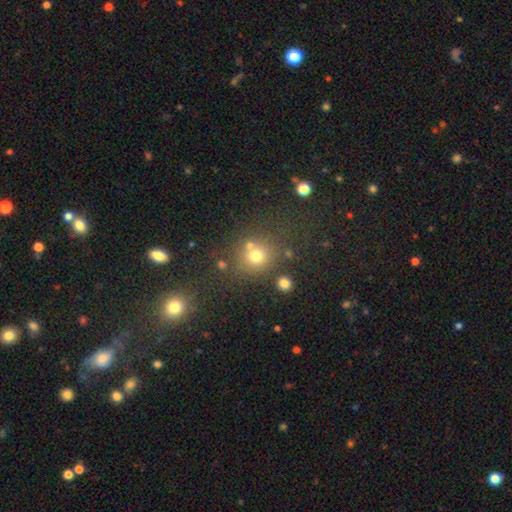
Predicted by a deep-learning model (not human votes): smooth 71%, star or artifact 19%, featured or disk 10%. Down the decision tree: how rounded — round (83%); merging — none (67%).